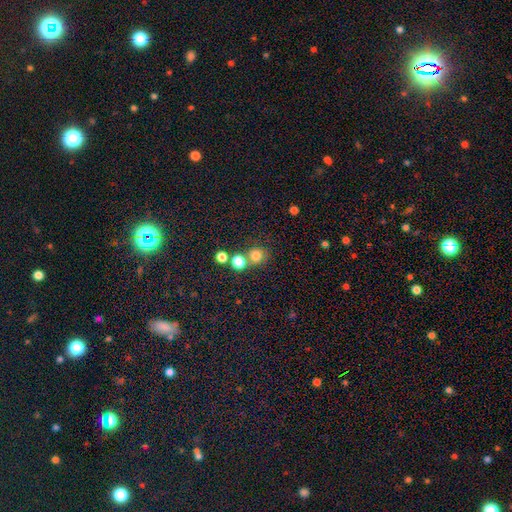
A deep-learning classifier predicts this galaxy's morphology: This is likely a smooth galaxy (78%). How rounded: clearly round (87%). Merging: likely none (61%).